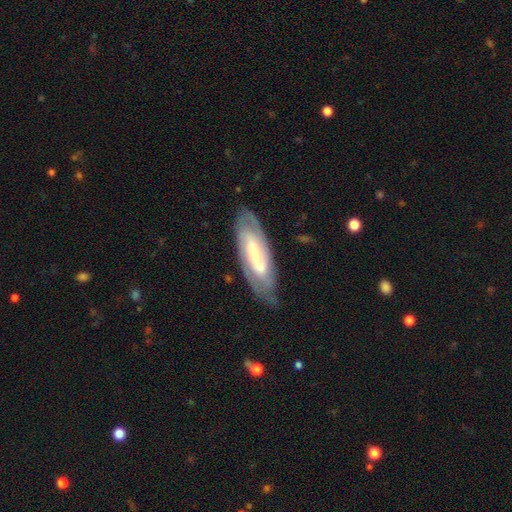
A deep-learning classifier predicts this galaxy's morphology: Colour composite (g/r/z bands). It shows a featured or disk galaxy (71%) with a strong bar (38%), 2 (60%) tight (52%) spiral arms (86%) and a small central bulge (55%). Merging: none (76%).